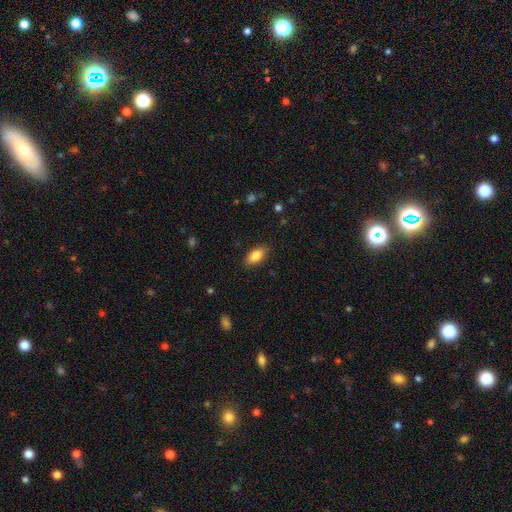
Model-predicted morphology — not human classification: Q: Smooth or featured?
A: smooth (86%); runner-up: star or artifact (7%)
Q: How rounded?
A: in between (91%); runner-up: cigar-shaped (5%)
Q: Merging?
A: none (86%); runner-up: minor disturbance (10%)